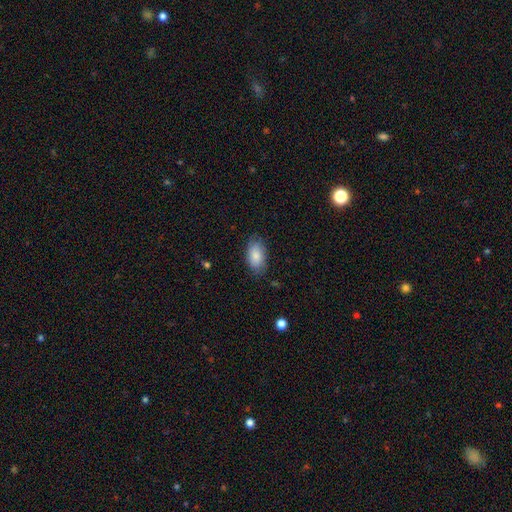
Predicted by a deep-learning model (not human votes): Morphology: type=smooth (84%); roundness=in between (94%); merging=none (79%).